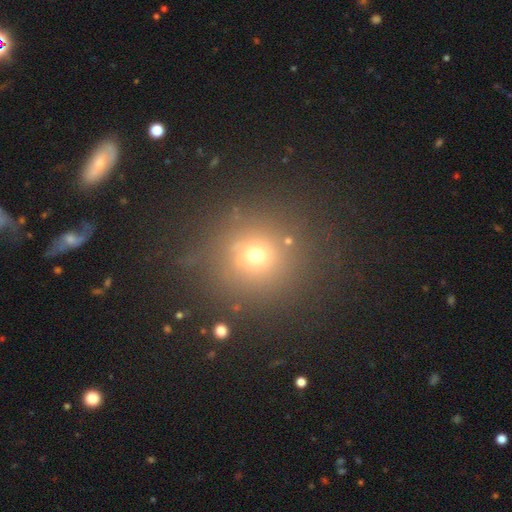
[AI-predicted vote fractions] Smooth or featured: smooth — 61% (star or artifact — 28%)
How rounded: round — 92% (in between — 7%)
Merging: none — 84% (minor disturbance — 9%)